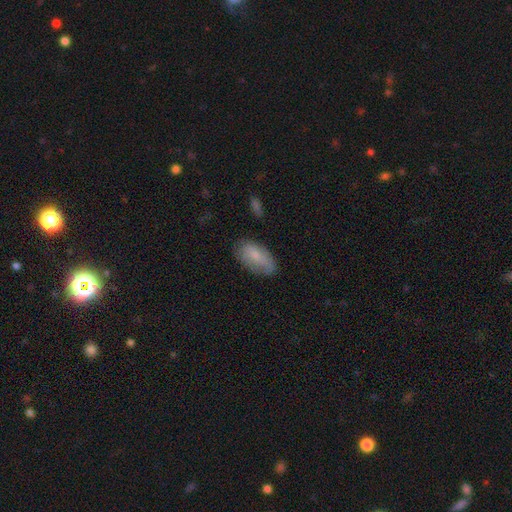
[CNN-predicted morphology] The model was most divided on "merging": none: 70%, minor disturbance: 23%, major disturbance: 6%, merger: 2%. More confident: how rounded — in between (92%); smooth or featured — smooth (76%).